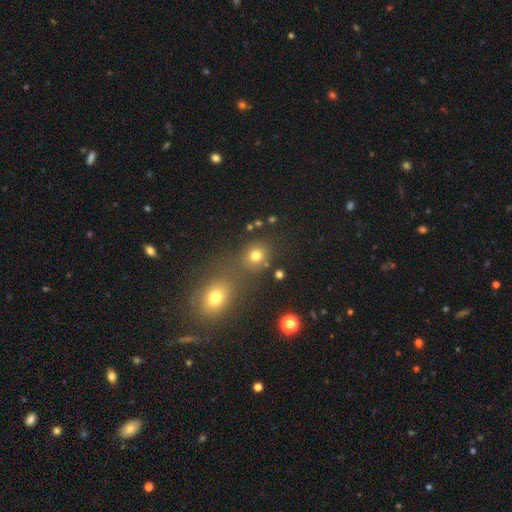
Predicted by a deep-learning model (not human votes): Overall: smooth (73%). How rounded: round (78%). Merging: none (64%).